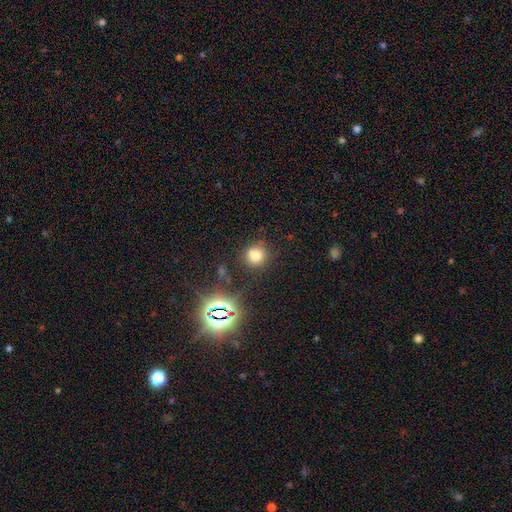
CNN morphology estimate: This appears to be a smooth galaxy with no disk features (70%) that is round (86%). Merging: none (71%).